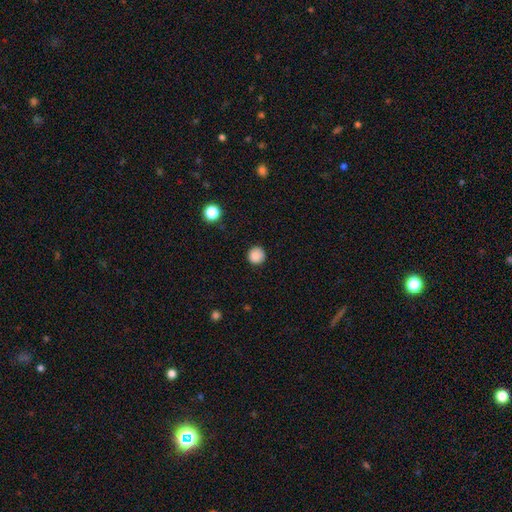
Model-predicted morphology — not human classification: A smooth galaxy with no disk features (86%) that is round (94%). Merging: none (87%).